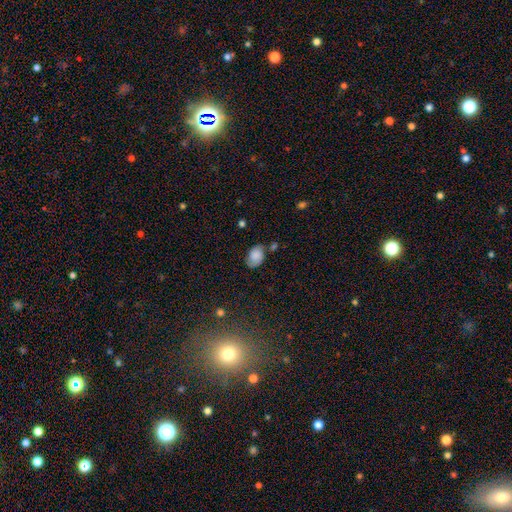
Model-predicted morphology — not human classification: Smooth or featured? smooth (76%)
How rounded? in between (87%)
Merging? none (65%)